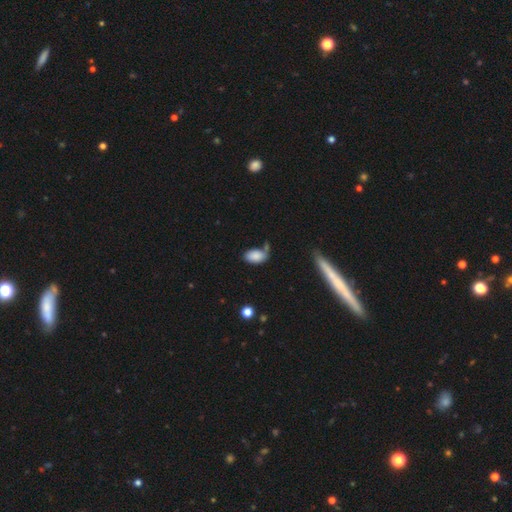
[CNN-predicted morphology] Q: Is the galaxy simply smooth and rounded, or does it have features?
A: smooth — 84%.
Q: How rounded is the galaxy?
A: in between — 93%.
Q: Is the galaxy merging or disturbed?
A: none — 53%.